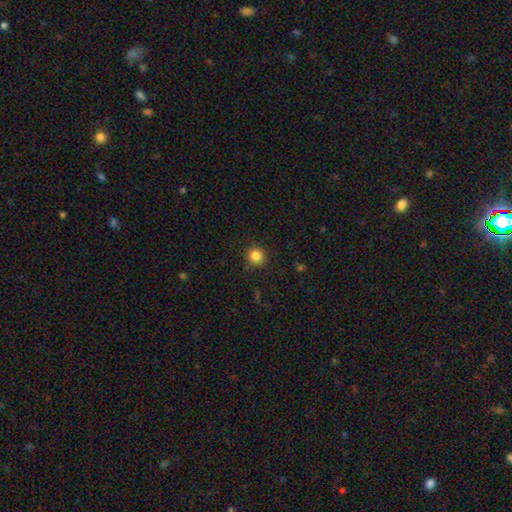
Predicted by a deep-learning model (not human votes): smooth_or_featured: smooth (p=0.85) [alt: star or artifact p=0.11]
how_rounded: round (p=0.93) [alt: in between p=0.06]
merging: none (p=0.90) [alt: minor disturbance p=0.07]